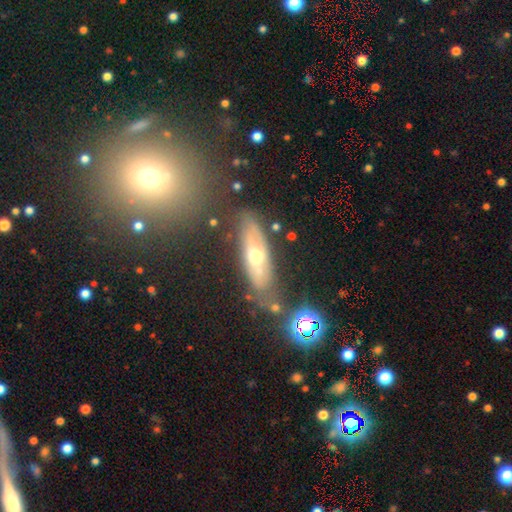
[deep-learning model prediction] This appears to be a featured or disk galaxy (57%). Merging: none (70%).